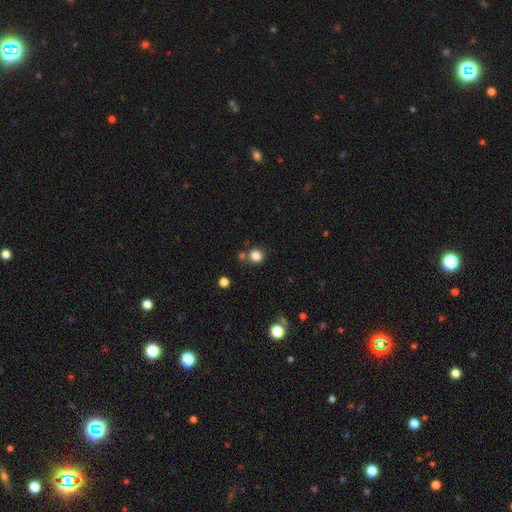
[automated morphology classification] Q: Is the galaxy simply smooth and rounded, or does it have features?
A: smooth — 83%.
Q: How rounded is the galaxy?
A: round — 89%.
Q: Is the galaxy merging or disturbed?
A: none — 73%.